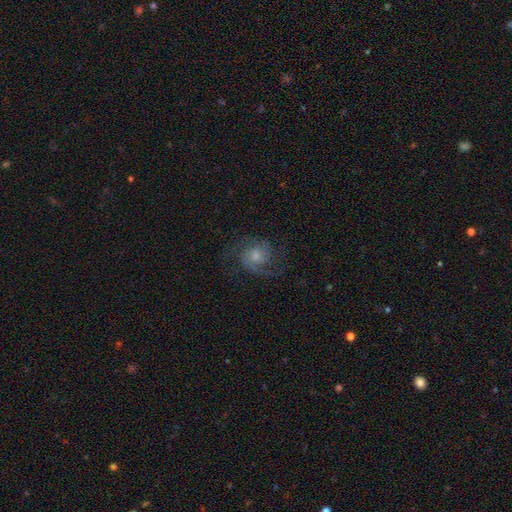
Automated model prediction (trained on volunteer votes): smooth-or-featured: featured or disk: 76% | smooth: 13% | star or artifact: 11%
  disk-edge-on: no: 97% | yes: 3%
    bar: no: 67% | weak: 29% | strong: 4%
    has-spiral-arms: yes: 96% | no: 4%
      spiral-winding: medium: 52% | tight: 28% | loose: 21%
      spiral-arm-count: 2: 75% | can't tell: 9% | 3: 7% | 1: 4% | 4: 2% | more than 4: 2%
    bulge-size: moderate: 49% | small: 34% | large: 10% | none: 5% | dominant: 2%
  merging: none: 73% | minor disturbance: 15% | major disturbance: 11% | merger: 1%